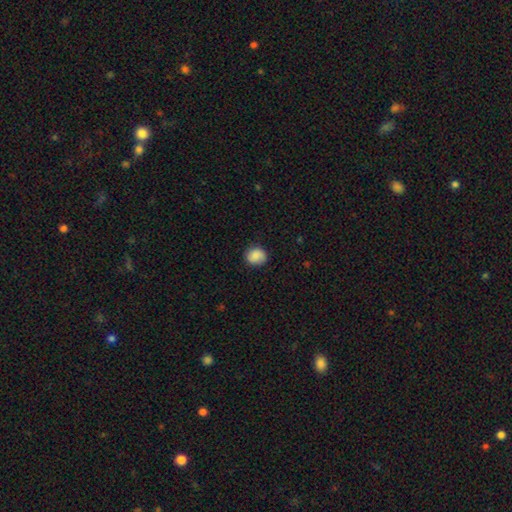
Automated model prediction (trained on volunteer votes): Smooth or featured? Predicted: smooth (p=0.87). How rounded? Predicted: round (p=0.76). Merging? Predicted: none (p=0.86).